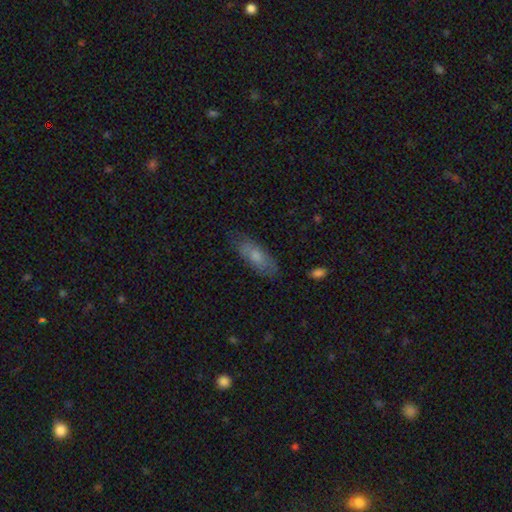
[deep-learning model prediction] This appears to be a smooth galaxy with no disk features (68%) that is in between round and cigar-shaped (65%). Merging: none (72%).